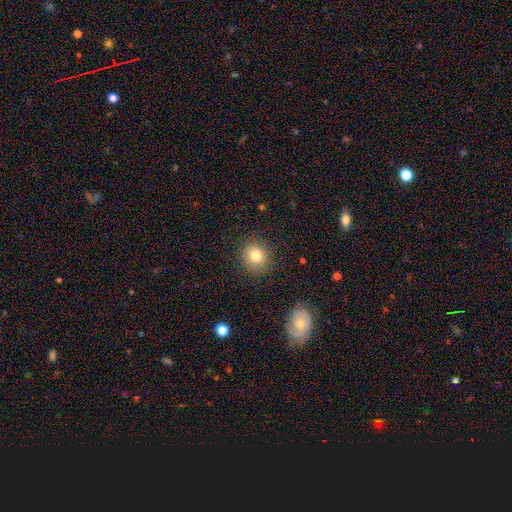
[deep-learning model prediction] A smooth galaxy with no disk features (80%) that is round (85%). Merging: none (88%).